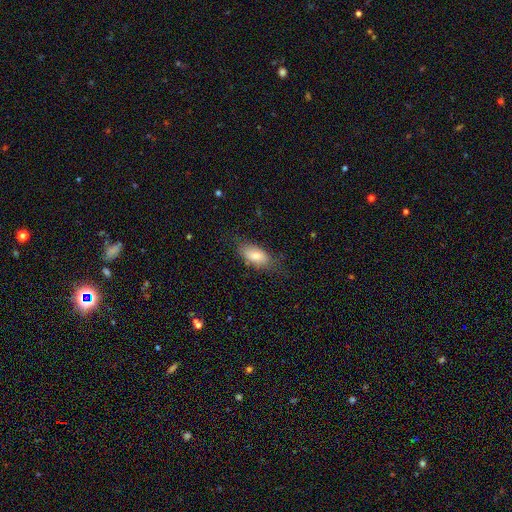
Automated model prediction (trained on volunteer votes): Q: Smooth or featured?
A: smooth (78%); runner-up: featured or disk (15%)
Q: How rounded?
A: in between (88%); runner-up: cigar-shaped (9%)
Q: Merging?
A: none (68%); runner-up: minor disturbance (22%)